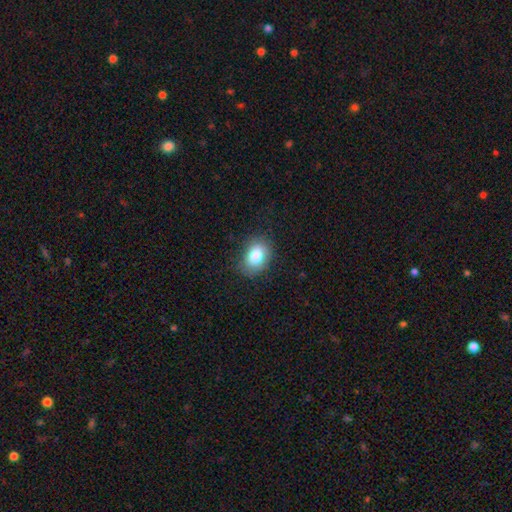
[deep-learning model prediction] The model was most divided on "how rounded": in between: 69%, round: 30%, cigar-shaped: 1%. More confident: smooth or featured — smooth (81%); merging — none (79%).